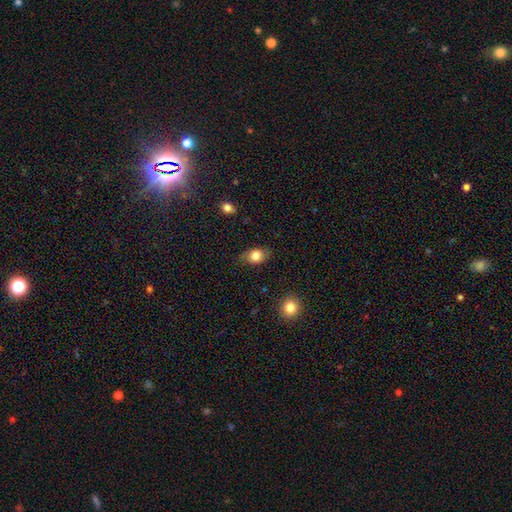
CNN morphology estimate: Q: Smooth or featured?
A: smooth (81%); runner-up: featured or disk (10%)
Q: How rounded?
A: in between (71%); runner-up: round (27%)
Q: Merging?
A: none (77%); runner-up: minor disturbance (17%)